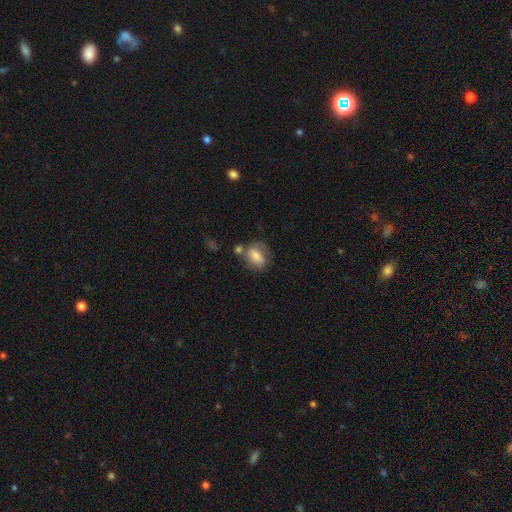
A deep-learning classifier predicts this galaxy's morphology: Overall: smooth (70%). How rounded: in between (76%). Merging: none (47%; minor disturbance 23%).